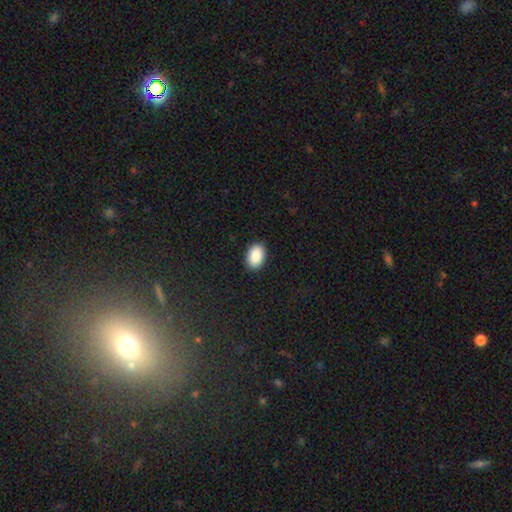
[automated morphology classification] Smooth or featured?
  - smooth: 89% *
  - star or artifact: 7%
  - featured or disk: 3%
How rounded?
  - in between: 85% *
  - round: 14%
  - cigar-shaped: 1%
Merging?
  - none: 90% *
  - minor disturbance: 7%
  - major disturbance: 2%
  - merger: 1%